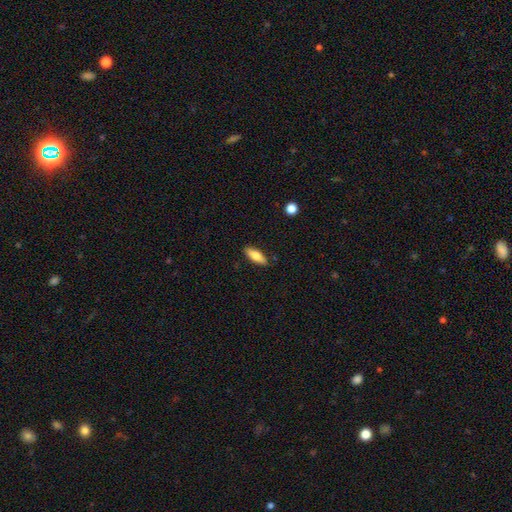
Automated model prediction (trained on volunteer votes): This is likely a smooth galaxy (76%). How rounded: likely in between (65%). Merging: clearly none (86%).